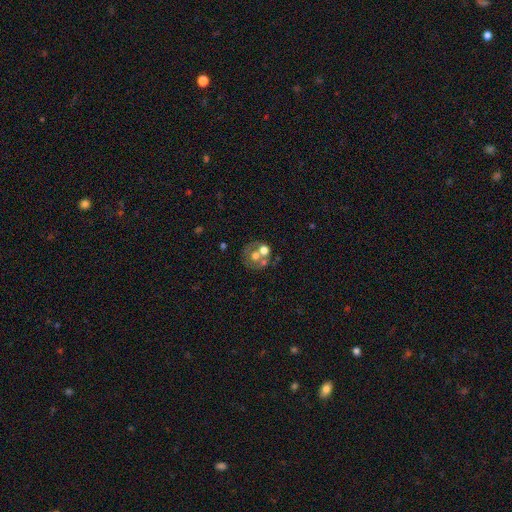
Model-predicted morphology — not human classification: This is marginally a featured or disk galaxy (44%). Merging: marginally none (41%, tied with merger).